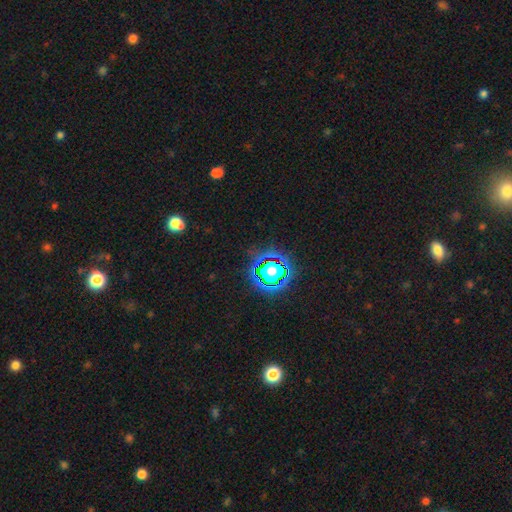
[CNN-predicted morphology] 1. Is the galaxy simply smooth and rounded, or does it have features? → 80% star or artifact, 13% smooth, 7% featured or disk.